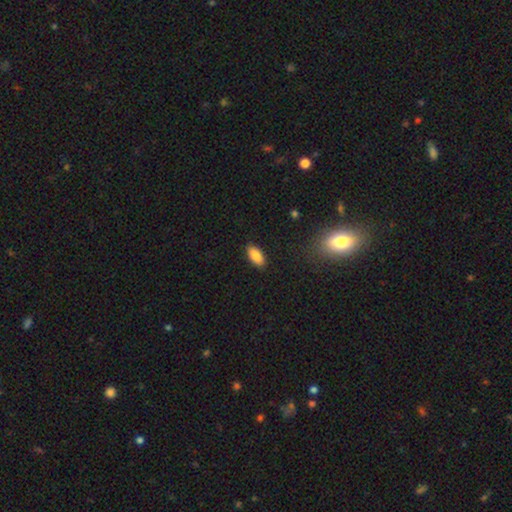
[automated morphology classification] The model was most divided on "merging": none: 87%, minor disturbance: 9%, major disturbance: 2%, merger: 1%. More confident: how rounded — in between (89%); smooth or featured — smooth (87%).